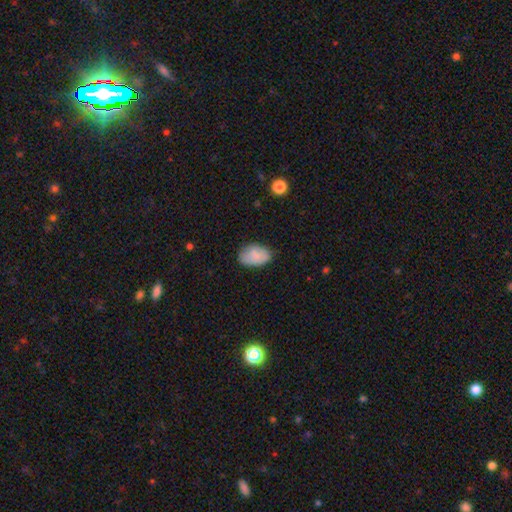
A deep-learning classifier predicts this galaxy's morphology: Smooth or featured? smooth (82%)
How rounded? in between (90%)
Merging? none (72%)